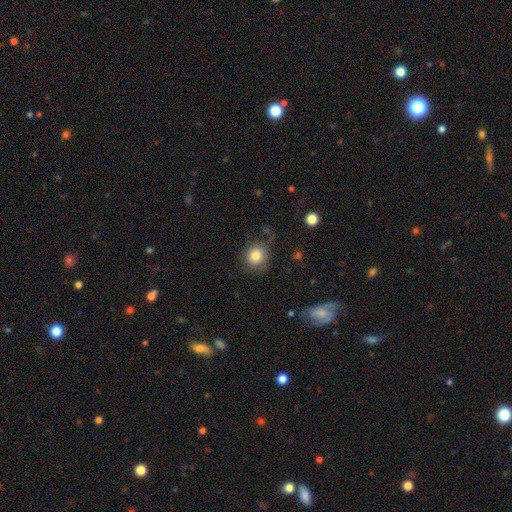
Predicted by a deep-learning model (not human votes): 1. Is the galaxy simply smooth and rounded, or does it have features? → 82% smooth, 10% star or artifact, 8% featured or disk.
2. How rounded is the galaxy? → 87% round, 12% in between, 1% cigar-shaped.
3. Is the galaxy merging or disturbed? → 76% none, 16% minor disturbance, 5% major disturbance, 2% merger.